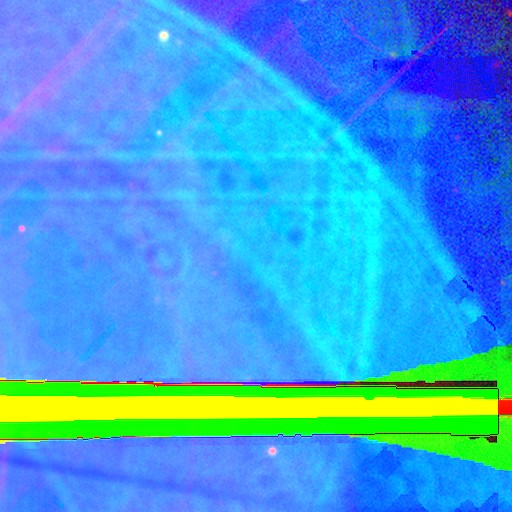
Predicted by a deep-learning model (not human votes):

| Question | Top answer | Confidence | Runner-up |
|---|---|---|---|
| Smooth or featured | star or artifact | 86% | featured or disk (7%) |